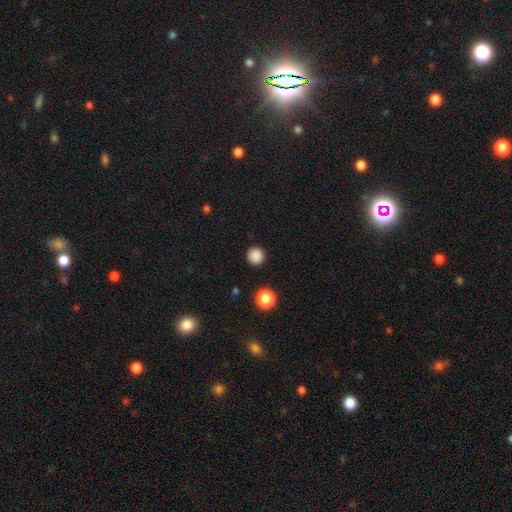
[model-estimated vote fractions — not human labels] Overall: smooth (86%). How rounded: round (94%). Merging: none (91%).